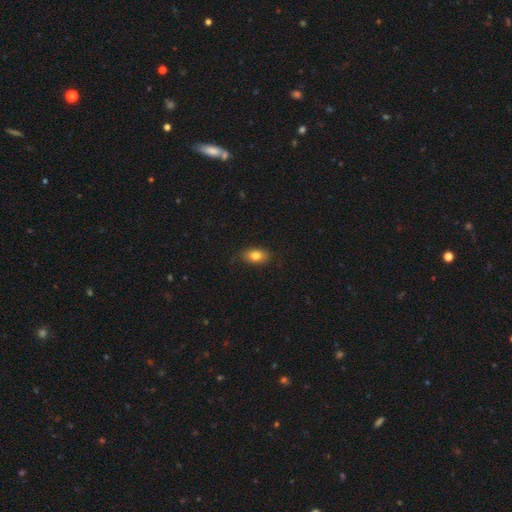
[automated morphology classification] This appears to be a smooth galaxy with no disk features (81%) that is in between round and cigar-shaped (87%). Merging: none (82%).